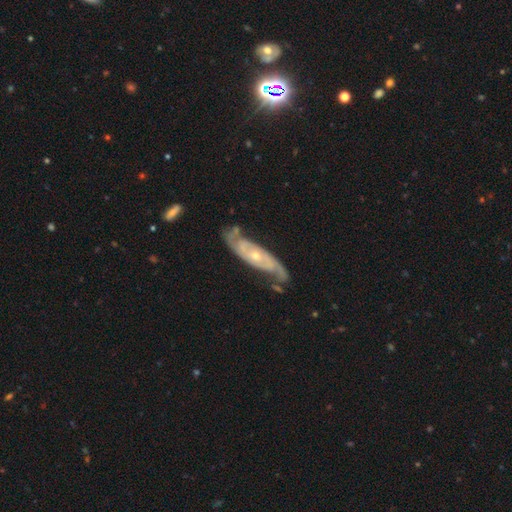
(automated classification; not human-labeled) Q: Smooth or featured?
A: featured or disk (86%); runner-up: smooth (9%)
Q: Edge-on disk?
A: no (86%); runner-up: yes (14%)
Q: Bar?
A: no (69%); runner-up: weak (23%)
Q: Spiral arms?
A: yes (95%); runner-up: no (5%)
Q: Spiral winding?
A: tight (52%); runner-up: medium (36%)
Q: Spiral arm count?
A: 2 (76%); runner-up: can't tell (14%)
Q: Bulge size?
A: small (59%); runner-up: moderate (38%)
Q: Merging?
A: none (68%); runner-up: minor disturbance (20%)